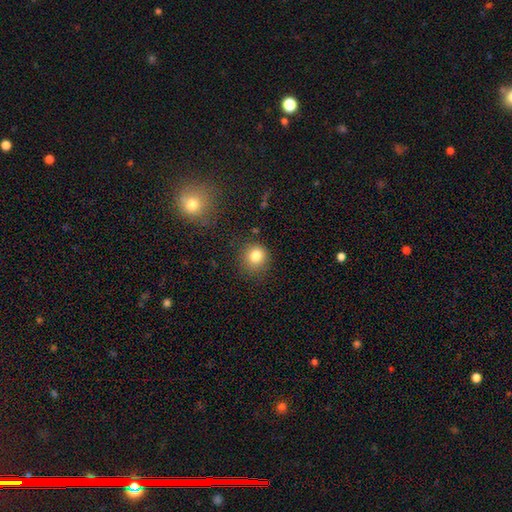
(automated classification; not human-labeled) Overall: smooth (82%). How rounded: round (86%). Merging: none (81%).